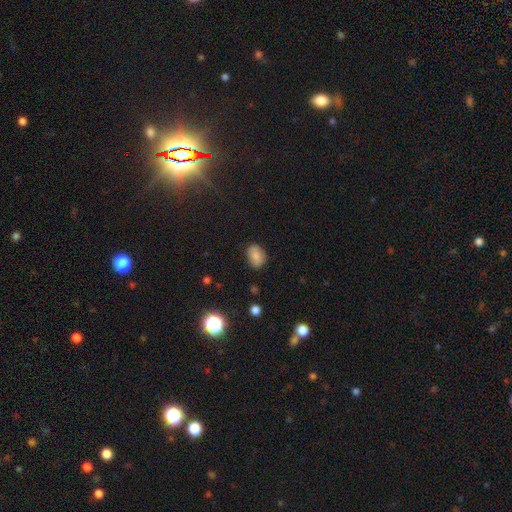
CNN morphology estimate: Smooth or featured? smooth (81%)
How rounded? in between (77%)
Merging? none (81%)